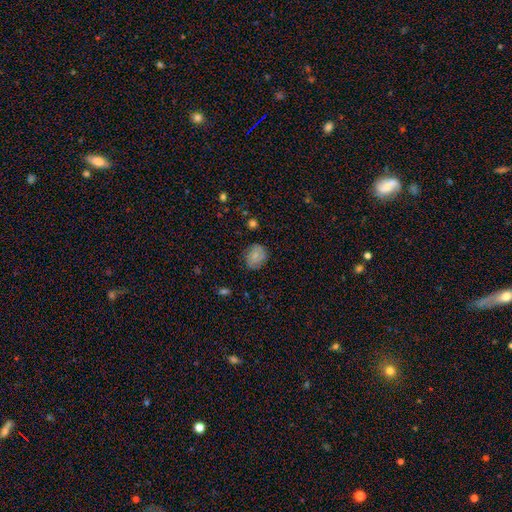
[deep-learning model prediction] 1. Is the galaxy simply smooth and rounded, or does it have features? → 57% smooth, 33% featured or disk, 9% star or artifact.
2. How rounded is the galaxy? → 61% round, 38% in between, 1% cigar-shaped.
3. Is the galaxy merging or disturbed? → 75% none, 19% minor disturbance, 5% major disturbance, 1% merger.